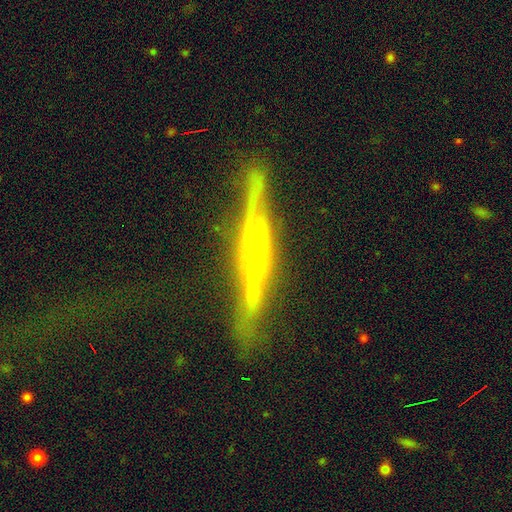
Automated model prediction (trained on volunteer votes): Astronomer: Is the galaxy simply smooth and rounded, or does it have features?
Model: featured or disk — 79%.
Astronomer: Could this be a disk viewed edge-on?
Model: yes — 93%.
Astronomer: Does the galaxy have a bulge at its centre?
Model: rounded — 44% (runner-up: none, 40%).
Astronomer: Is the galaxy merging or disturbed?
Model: none — 74%.